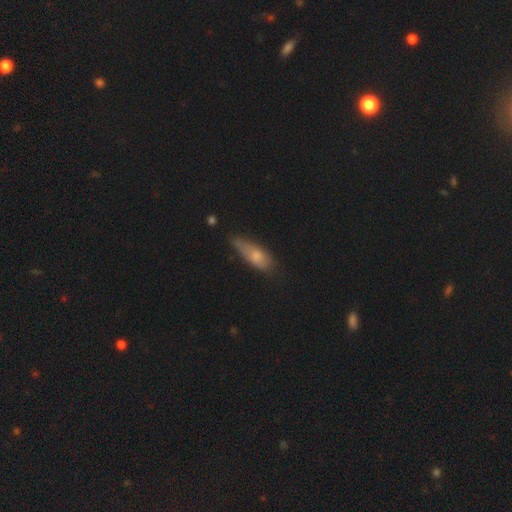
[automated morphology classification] smooth_or_featured: smooth (p=0.69) [alt: featured or disk p=0.24]
how_rounded: in between (p=0.65) [alt: cigar-shaped p=0.32]
merging: none (p=0.46) [alt: minor disturbance p=0.39]